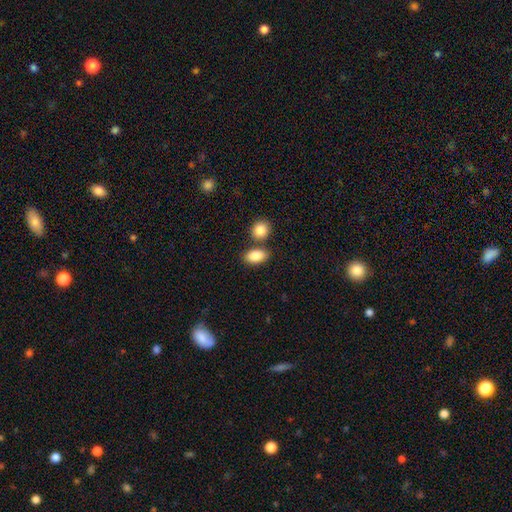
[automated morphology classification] smooth-or-featured: smooth: 88% | star or artifact: 7% | featured or disk: 5%
  how-rounded: in between: 87% | round: 11% | cigar-shaped: 2%
  merging: none: 67% | merger: 20% | minor disturbance: 11% | major disturbance: 3%